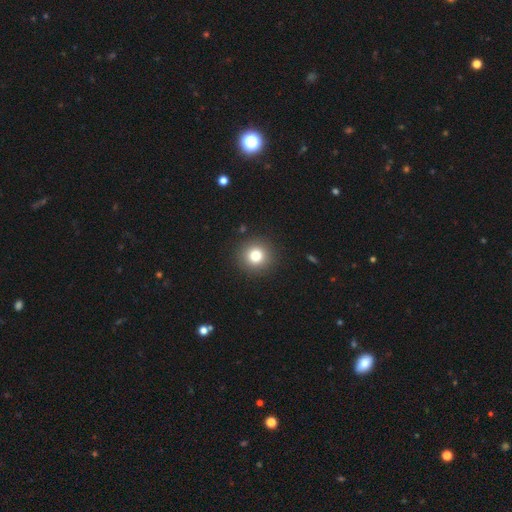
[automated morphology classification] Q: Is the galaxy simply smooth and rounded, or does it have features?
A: smooth — 80%.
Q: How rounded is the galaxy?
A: round — 94%.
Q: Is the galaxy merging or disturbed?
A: none — 91%.